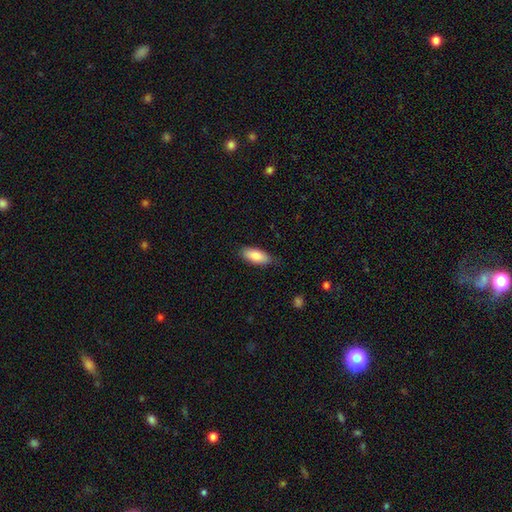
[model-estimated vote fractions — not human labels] smooth-or-featured: smooth: 84% | featured or disk: 10% | star or artifact: 6%
  how-rounded: in between: 81% | cigar-shaped: 17% | round: 2%
  merging: none: 79% | minor disturbance: 17% | major disturbance: 3% | merger: 1%